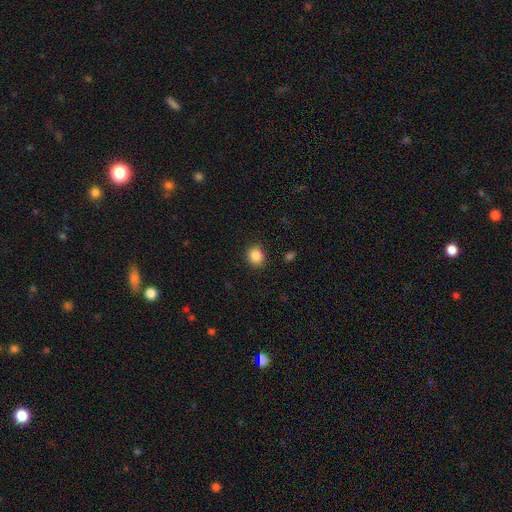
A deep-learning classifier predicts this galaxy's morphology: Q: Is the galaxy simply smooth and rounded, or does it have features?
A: smooth — 87%.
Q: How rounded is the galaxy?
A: round — 77%.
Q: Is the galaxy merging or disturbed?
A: none — 89%.